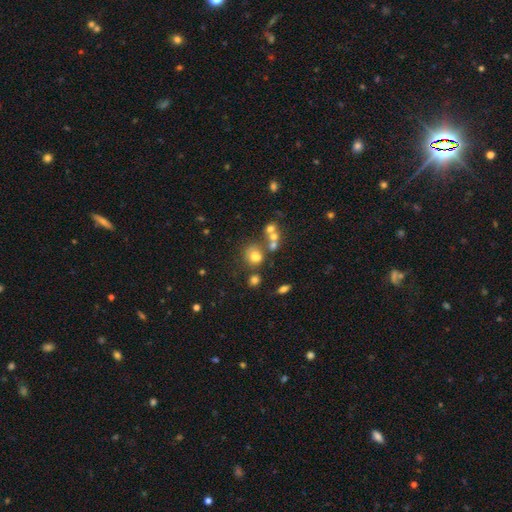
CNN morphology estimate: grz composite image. It shows a smooth galaxy with no disk features (63%) that is round (77%). Merging: none (59%).